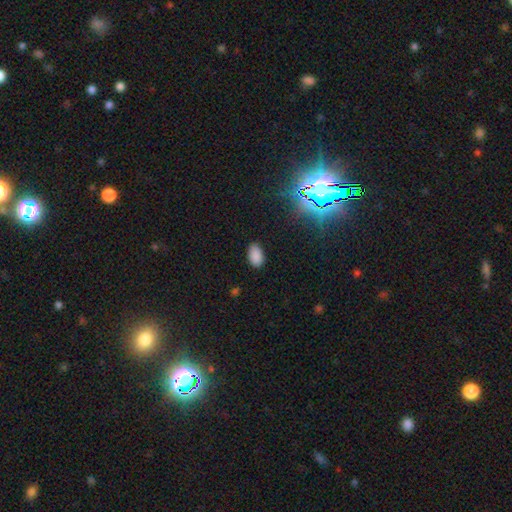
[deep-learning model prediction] Q: Smooth or featured?
A: smooth (85%); runner-up: star or artifact (11%)
Q: How rounded?
A: in between (92%); runner-up: round (7%)
Q: Merging?
A: none (83%); runner-up: minor disturbance (13%)